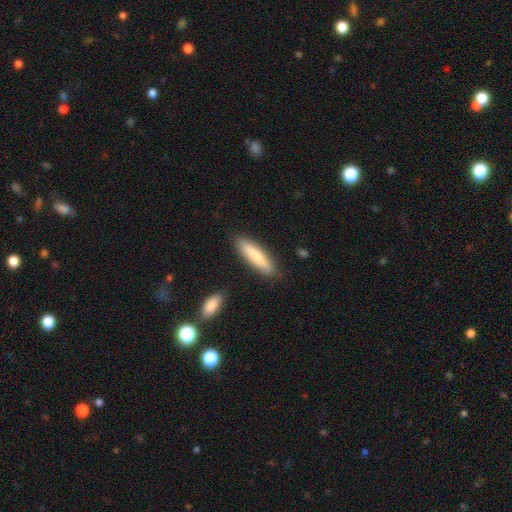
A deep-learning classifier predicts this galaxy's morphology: This appears to be a smooth galaxy with no disk features (79%) that is cigar-shaped (78%). Merging: none (86%).